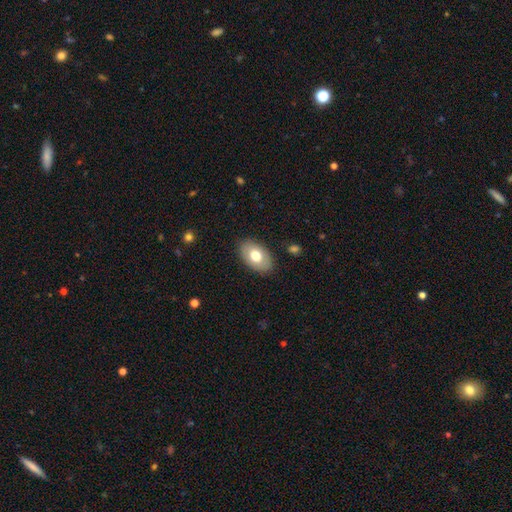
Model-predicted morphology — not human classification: Smooth or featured: smooth — 71% (featured or disk — 23%)
How rounded: in between — 91% (round — 8%)
Merging: none — 86% (minor disturbance — 10%)